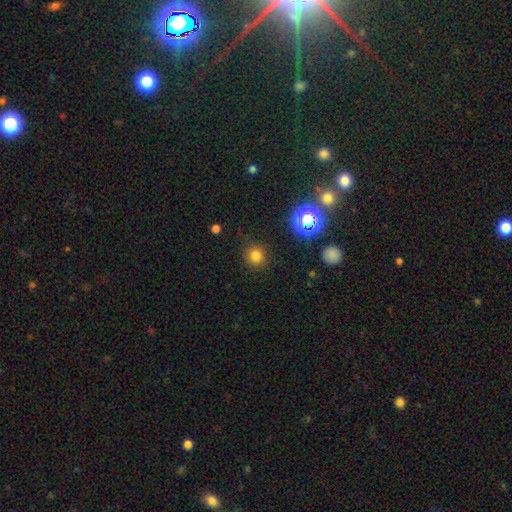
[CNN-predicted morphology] The model was most divided on "smooth or featured": smooth: 77%, star or artifact: 18%, featured or disk: 5%. More confident: how rounded — round (92%); merging — none (87%).